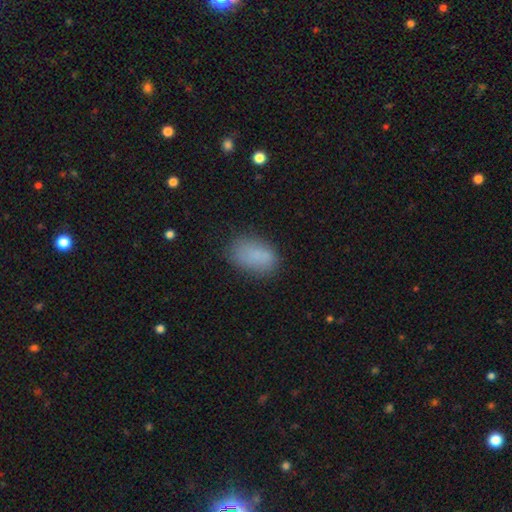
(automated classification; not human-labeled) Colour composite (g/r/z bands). It shows a smooth galaxy with no disk features (82%) that is in between round and cigar-shaped (90%). Merging: none (72%).